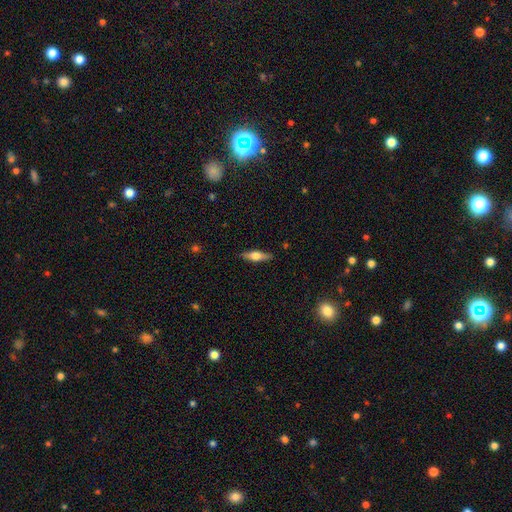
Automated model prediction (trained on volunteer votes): Morphology: type=featured or disk (50%); merging=none (87%).